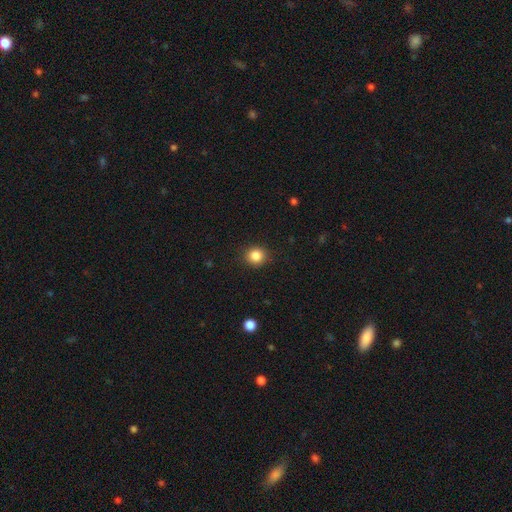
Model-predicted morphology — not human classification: Smooth or featured? smooth (85%)
How rounded? round (88%)
Merging? none (90%)